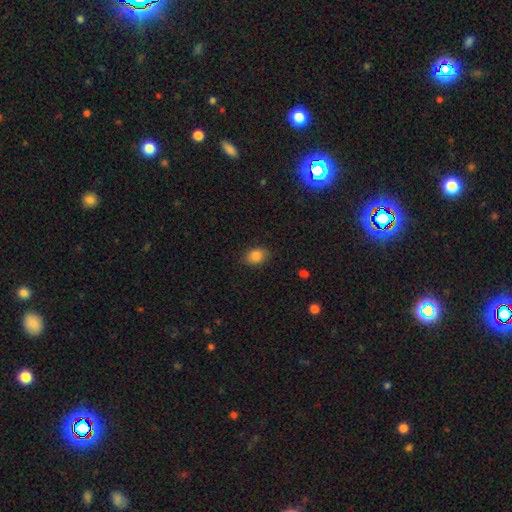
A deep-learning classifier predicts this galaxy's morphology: type=smooth (85%); roundness=in between (63%); merging=none (83%).